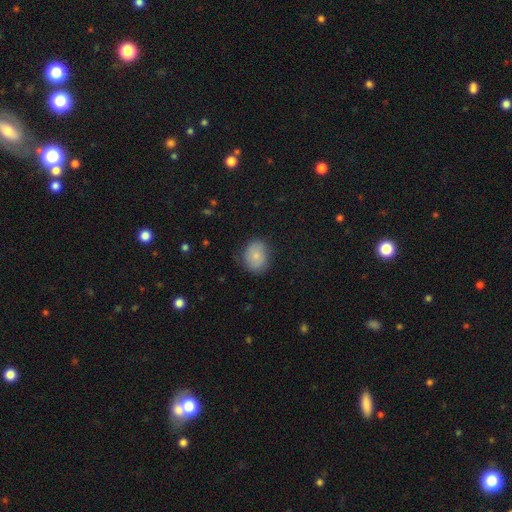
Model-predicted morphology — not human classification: A smooth galaxy with no disk features (79%) that is in between round and cigar-shaped (51%).

Vote fractions:
- Smooth or featured? smooth: 79% / featured or disk: 13% / star or artifact: 8%
- How rounded? in between: 51% / round: 48% / cigar-shaped: 1%
- Merging? none: 77% / minor disturbance: 18% / major disturbance: 5% / merger: 1%